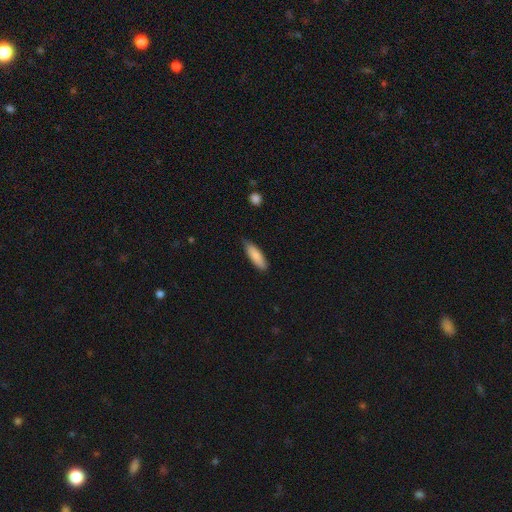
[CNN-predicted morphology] The model was most divided on "how rounded": cigar-shaped: 53%, in between: 46%, round: 1%. More confident: smooth or featured — smooth (86%); merging — none (78%).